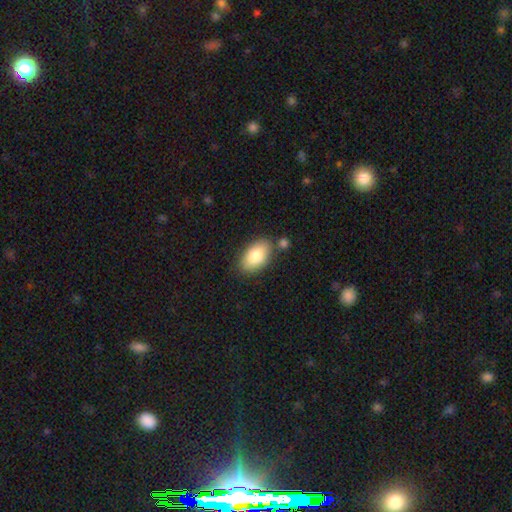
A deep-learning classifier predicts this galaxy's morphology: Smooth or featured?
  - smooth: 80% *
  - featured or disk: 13%
  - star or artifact: 7%
How rounded?
  - in between: 93% *
  - round: 5%
  - cigar-shaped: 2%
Merging?
  - none: 76% *
  - minor disturbance: 13%
  - merger: 8%
  - major disturbance: 3%